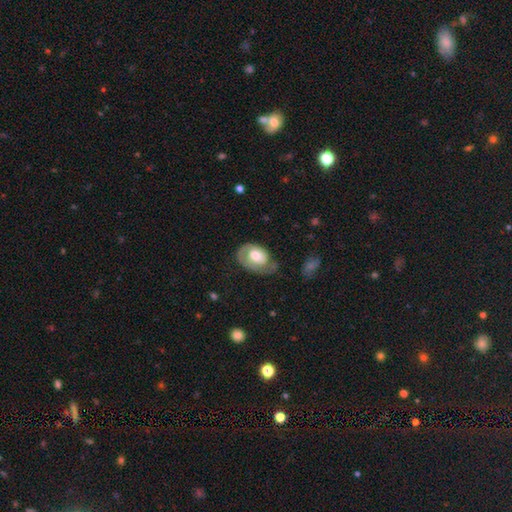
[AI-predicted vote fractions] featured or disk 56%, smooth 37%, star or artifact 6%. Down the decision tree: edge-on disk — no (96%); bar — no (75%); spiral arms — yes (77%); bulge size — large (44%); merging — none (42%).